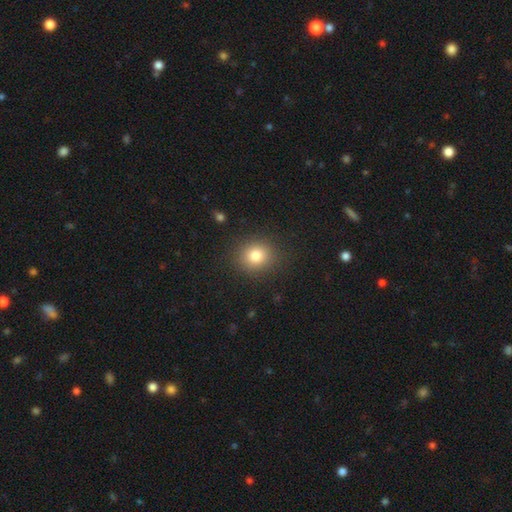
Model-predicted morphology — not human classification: A smooth galaxy with no disk features (81%) that is round (79%).

Vote fractions:
- Smooth or featured? smooth: 81% / star or artifact: 12% / featured or disk: 8%
- How rounded? round: 79% / in between: 20% / cigar-shaped: 1%
- Merging? none: 88% / minor disturbance: 8% / major disturbance: 3% / merger: 1%